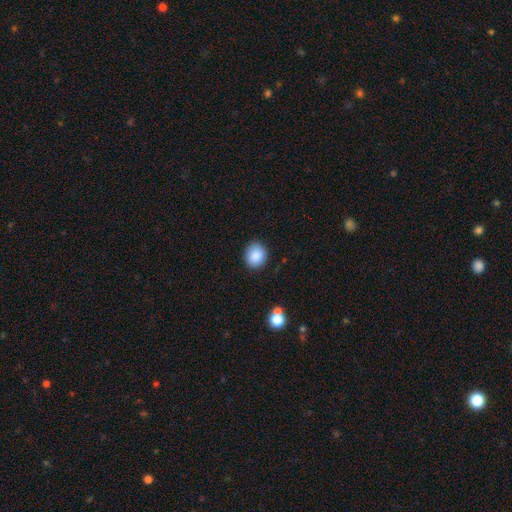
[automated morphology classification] Smooth or featured? Predicted: smooth (p=0.87). How rounded? Predicted: round (p=0.71). Merging? Predicted: none (p=0.86).